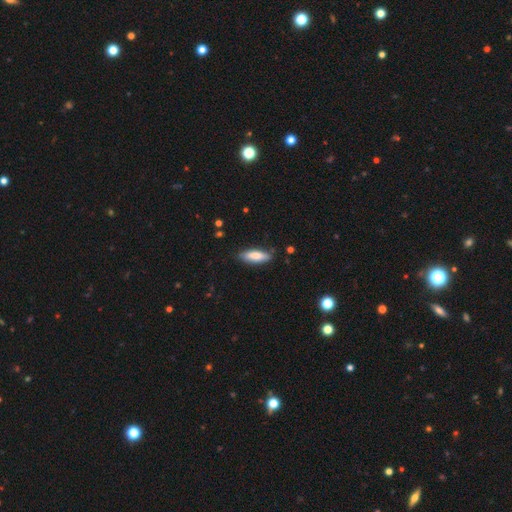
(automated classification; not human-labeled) smooth_or_featured: smooth (p=0.77) [alt: featured or disk p=0.17]
how_rounded: in between (p=0.54) [alt: cigar-shaped p=0.44]
merging: none (p=0.81) [alt: minor disturbance p=0.15]